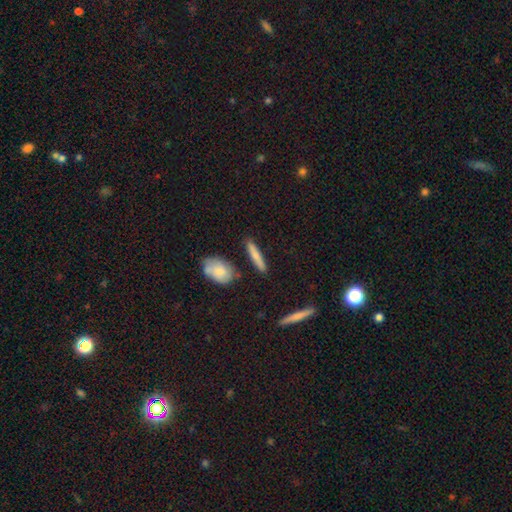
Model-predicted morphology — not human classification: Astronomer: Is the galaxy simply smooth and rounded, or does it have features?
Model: smooth — 70%.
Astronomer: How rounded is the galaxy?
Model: cigar-shaped — 85%.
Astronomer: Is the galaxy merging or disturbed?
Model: none — 83%.